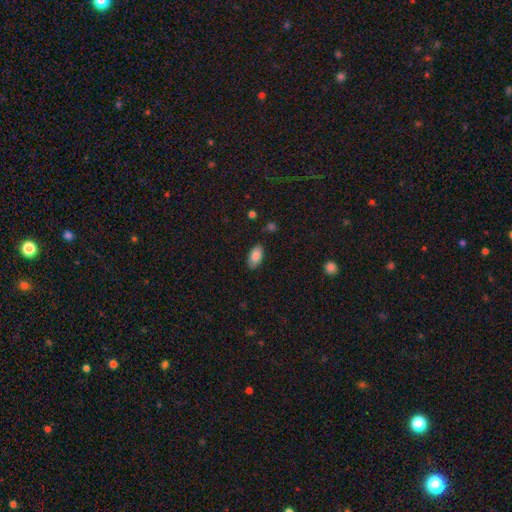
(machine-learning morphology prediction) smooth 84%, featured or disk 9%, star or artifact 7%. Down the decision tree: how rounded — in between (93%); merging — none (83%).